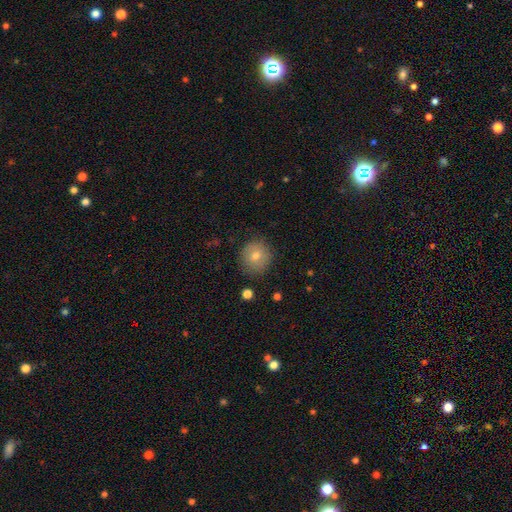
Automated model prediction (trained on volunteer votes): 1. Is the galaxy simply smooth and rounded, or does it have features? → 73% smooth, 16% featured or disk, 11% star or artifact.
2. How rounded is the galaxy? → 90% round, 9% in between, 1% cigar-shaped.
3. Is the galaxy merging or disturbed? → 87% none, 10% minor disturbance, 2% major disturbance, 1% merger.